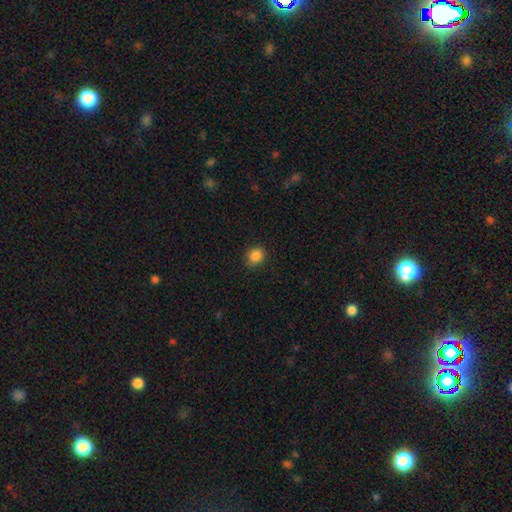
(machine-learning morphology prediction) This appears to be a smooth galaxy with no disk features (86%) that is round (63%). Merging: none (88%).